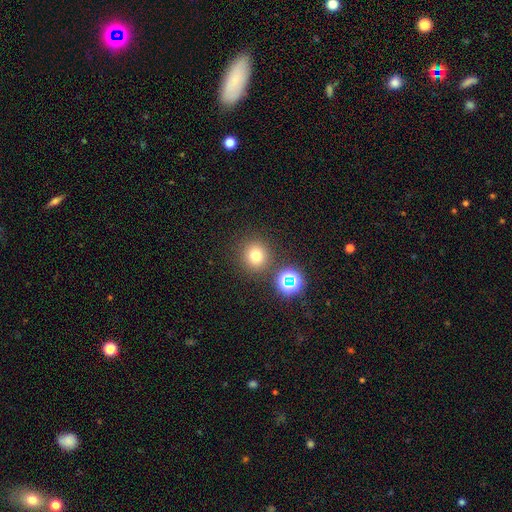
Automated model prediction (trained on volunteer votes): The model was most divided on "smooth or featured": smooth: 73%, star or artifact: 20%, featured or disk: 8%. More confident: how rounded — round (93%); merging — none (83%).